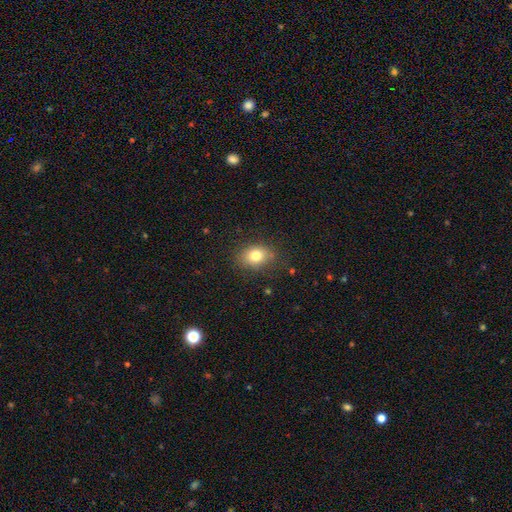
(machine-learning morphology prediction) This is likely a smooth galaxy (80%). How rounded: likely in between (61%). Merging: clearly none (82%).